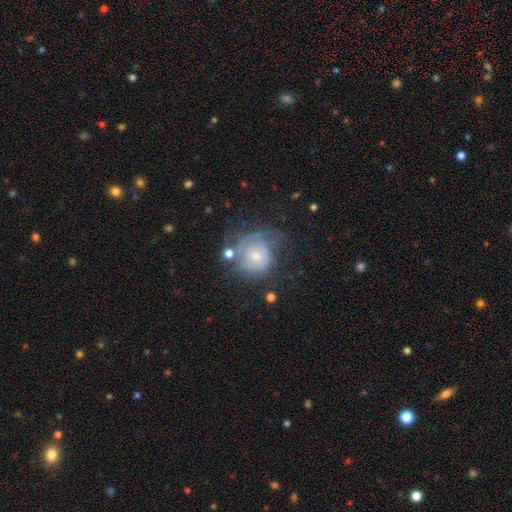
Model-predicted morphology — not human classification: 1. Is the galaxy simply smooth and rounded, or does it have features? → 56% featured or disk, 34% smooth, 11% star or artifact.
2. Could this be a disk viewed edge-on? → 97% no, 3% yes.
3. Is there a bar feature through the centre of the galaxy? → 75% no, 21% weak, 4% strong.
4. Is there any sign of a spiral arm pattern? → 72% yes, 28% no.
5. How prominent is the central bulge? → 54% small, 36% moderate, 5% none, 4% large, 1% dominant.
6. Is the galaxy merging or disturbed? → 48% none, 24% minor disturbance, 20% major disturbance, 7% merger.